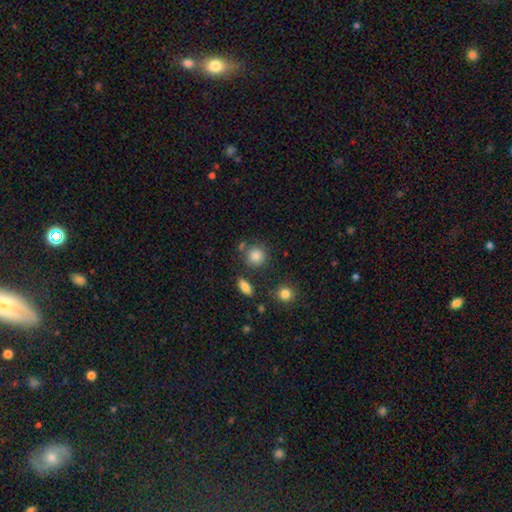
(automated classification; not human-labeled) smooth-or-featured: smooth: 86% | star or artifact: 9% | featured or disk: 5%
  how-rounded: round: 86% | in between: 13% | cigar-shaped: 1%
  merging: none: 73% | minor disturbance: 12% | merger: 10% | major disturbance: 5%